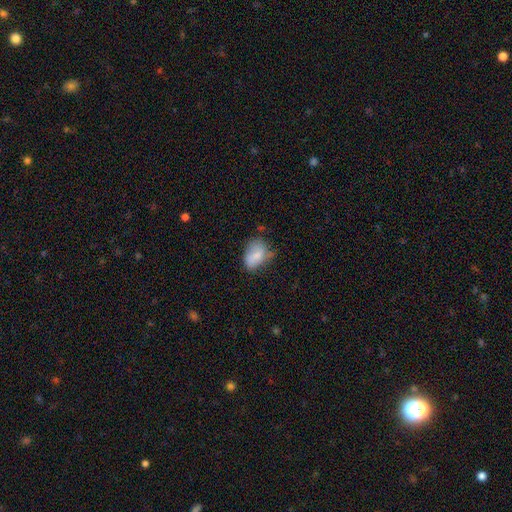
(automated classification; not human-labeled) Overall: smooth (74%). How rounded: in between (80%). Merging: none (45%; minor disturbance 36%).